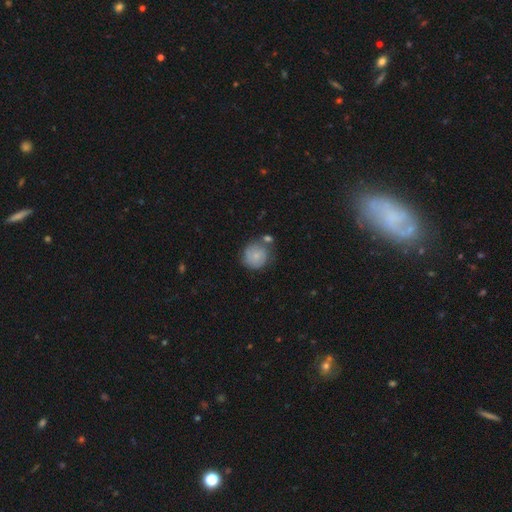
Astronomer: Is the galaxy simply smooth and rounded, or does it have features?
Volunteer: smooth — 75%.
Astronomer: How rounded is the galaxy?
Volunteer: round — 89%.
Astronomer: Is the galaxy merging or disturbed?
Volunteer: none — 43% (runner-up: minor disturbance, 31%).